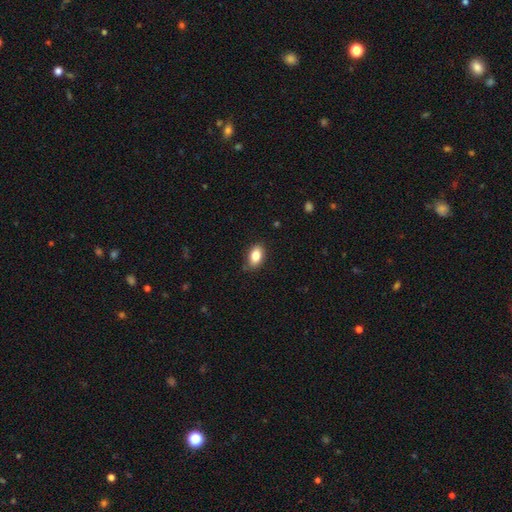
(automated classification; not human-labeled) A smooth galaxy with no disk features (84%) that is in between round and cigar-shaped (89%).

Vote fractions:
- Smooth or featured? smooth: 84% / featured or disk: 8% / star or artifact: 8%
- How rounded? in between: 89% / round: 9% / cigar-shaped: 2%
- Merging? none: 80% / minor disturbance: 16% / major disturbance: 3% / merger: 1%